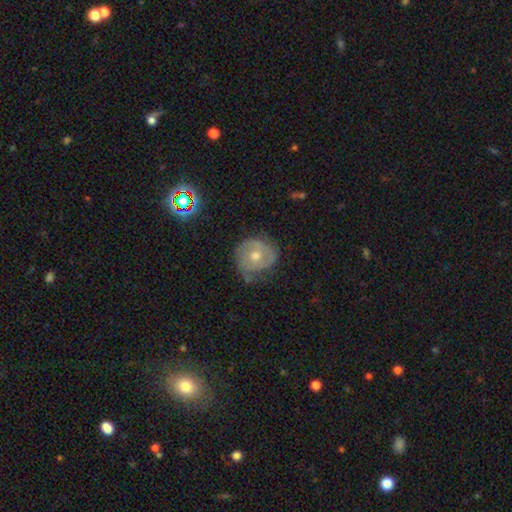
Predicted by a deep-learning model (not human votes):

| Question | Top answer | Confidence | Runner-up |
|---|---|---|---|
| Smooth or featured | featured or disk | 69% | smooth (20%) |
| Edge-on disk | no | 97% | yes (3%) |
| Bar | no | 75% | weak (20%) |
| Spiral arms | yes | 83% | no (17%) |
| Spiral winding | tight | 65% | medium (27%) |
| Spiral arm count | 2 | 39% | can't tell (32%) |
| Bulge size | moderate | 70% | small (25%) |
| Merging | none | 64% | minor disturbance (25%) |